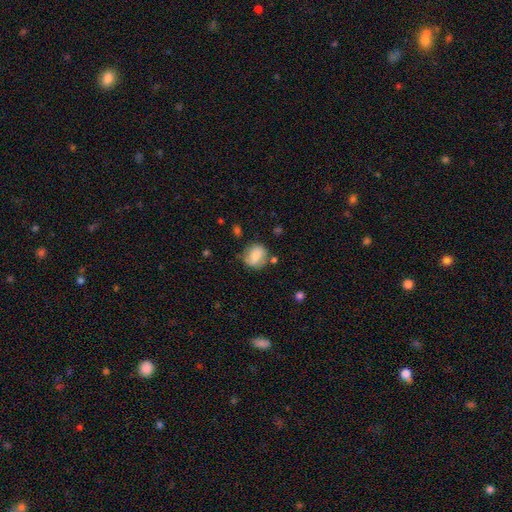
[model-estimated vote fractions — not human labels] Overall: smooth (74%). How rounded: round (62%; in between 36%). Merging: none (67%).